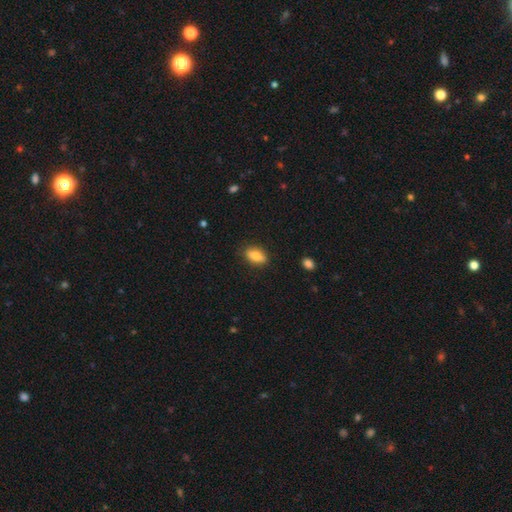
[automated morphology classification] Smooth or featured?
  - smooth: 81% *
  - featured or disk: 11%
  - star or artifact: 7%
How rounded?
  - in between: 86% *
  - cigar-shaped: 9%
  - round: 5%
Merging?
  - none: 83% *
  - minor disturbance: 13%
  - major disturbance: 3%
  - merger: 1%